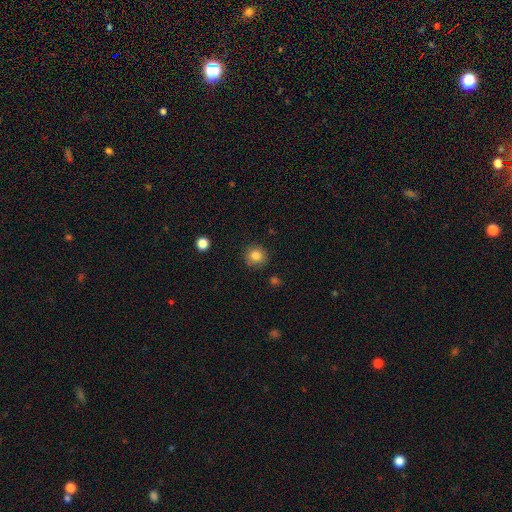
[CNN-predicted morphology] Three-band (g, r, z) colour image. It shows a smooth galaxy with no disk features (84%) that is round (92%). Merging: none (88%).